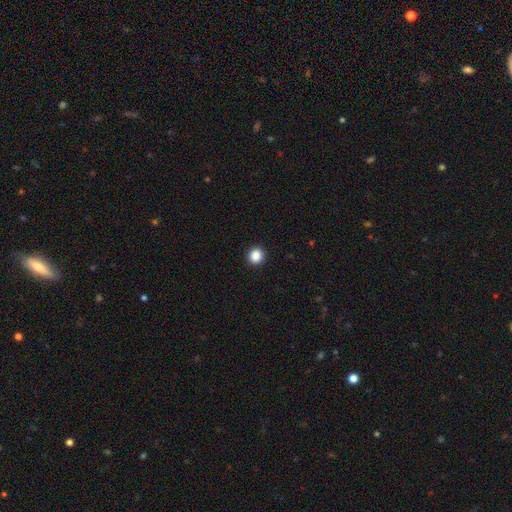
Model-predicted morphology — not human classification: The model was most divided on "smooth or featured": smooth: 88%, star or artifact: 10%, featured or disk: 2%. More confident: how rounded — round (93%); merging — none (93%).